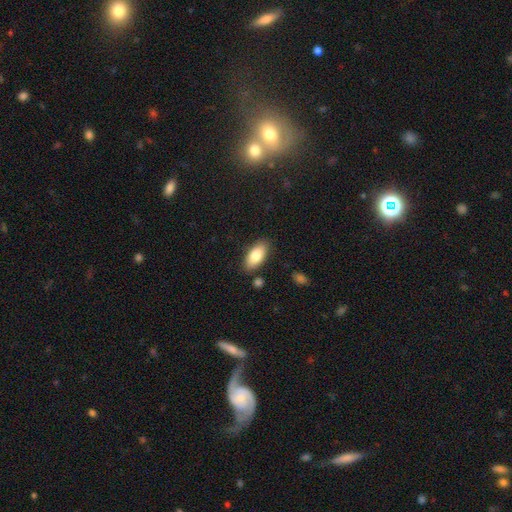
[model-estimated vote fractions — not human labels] Morphology: type=smooth (82%); roundness=in between (89%); merging=none (84%).